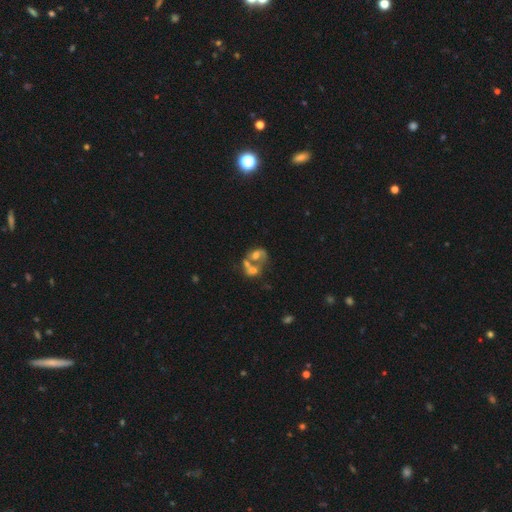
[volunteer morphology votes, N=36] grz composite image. It shows a featured or disk galaxy (64%) with no bar (82%), no spiral arms (55%) and no central bulge (41%). Merging: merger (62%).